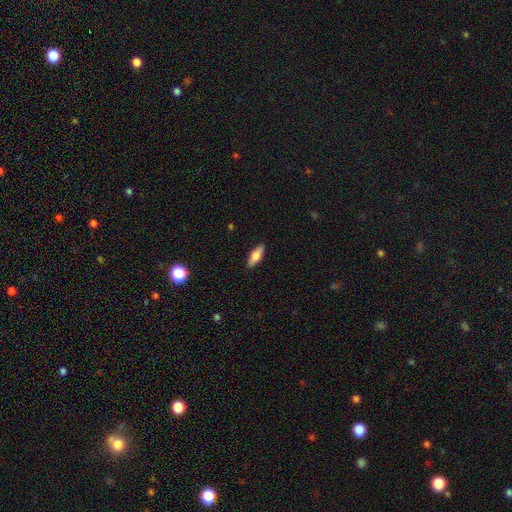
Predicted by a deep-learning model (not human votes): A smooth galaxy with no disk features (71%) that is in between round and cigar-shaped (67%).

Vote fractions:
- Smooth or featured? smooth: 71% / featured or disk: 22% / star or artifact: 7%
- How rounded? in between: 67% / cigar-shaped: 30% / round: 2%
- Merging? none: 87% / minor disturbance: 10% / major disturbance: 2% / merger: 1%